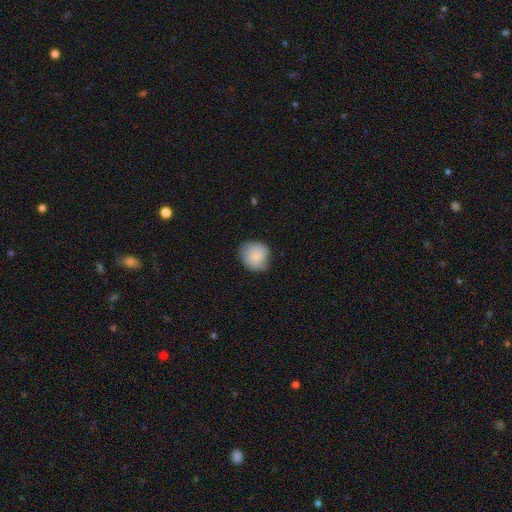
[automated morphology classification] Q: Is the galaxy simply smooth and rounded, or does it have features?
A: smooth — 78%.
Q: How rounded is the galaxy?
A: round — 80%.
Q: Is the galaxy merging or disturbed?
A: none — 63%.